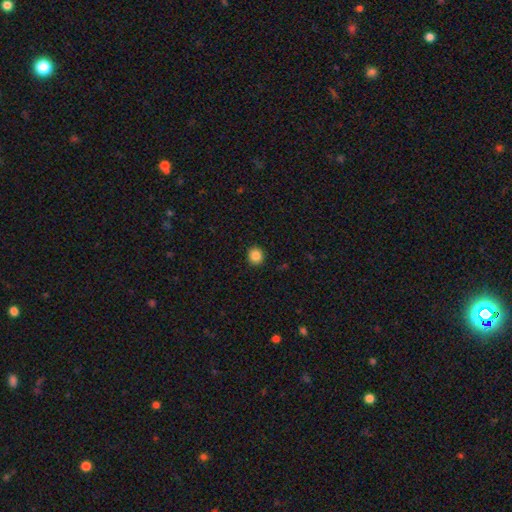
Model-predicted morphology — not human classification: The model was most divided on "smooth or featured": smooth: 85%, star or artifact: 10%, featured or disk: 5%. More confident: merging — none (92%); how rounded — round (87%).